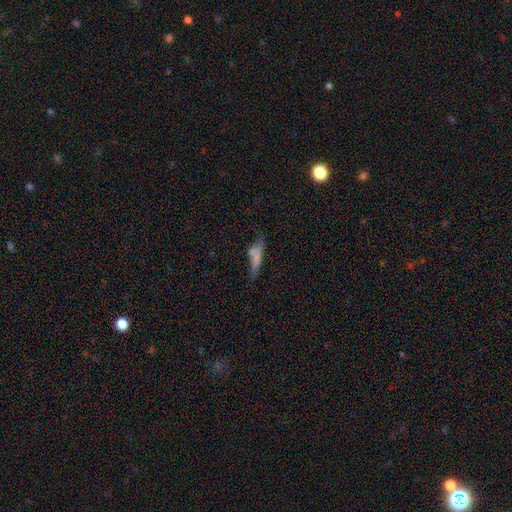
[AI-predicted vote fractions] Q: Smooth or featured?
A: smooth (66%); runner-up: featured or disk (24%)
Q: How rounded?
A: cigar-shaped (65%); runner-up: in between (32%)
Q: Merging?
A: none (42%); runner-up: minor disturbance (23%)